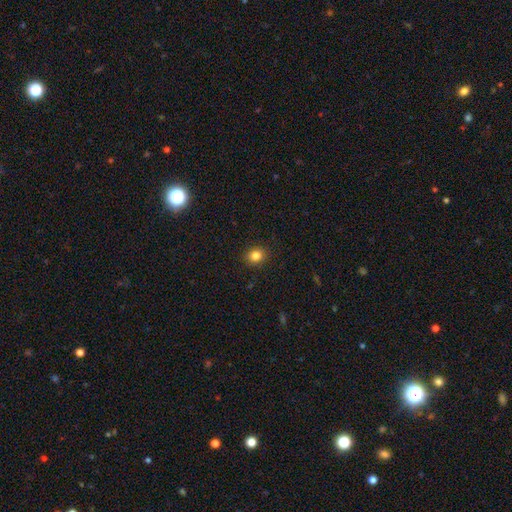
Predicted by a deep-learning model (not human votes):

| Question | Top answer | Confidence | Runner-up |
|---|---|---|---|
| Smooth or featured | smooth | 83% | star or artifact (12%) |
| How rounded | round | 72% | in between (27%) |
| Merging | none | 91% | minor disturbance (7%) |